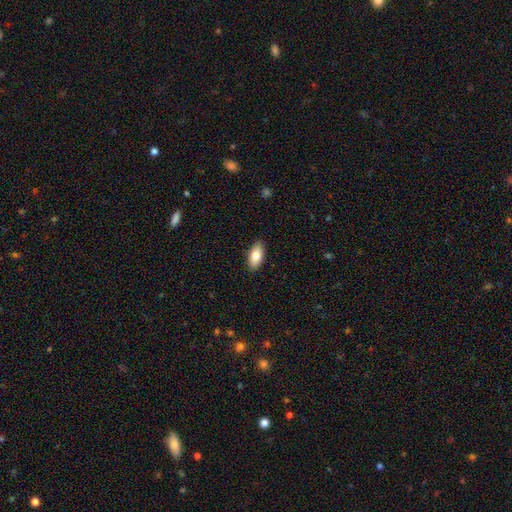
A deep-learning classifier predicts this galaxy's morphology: Q: Smooth or featured?
A: smooth (82%); runner-up: featured or disk (11%)
Q: How rounded?
A: in between (90%); runner-up: cigar-shaped (7%)
Q: Merging?
A: none (89%); runner-up: minor disturbance (9%)